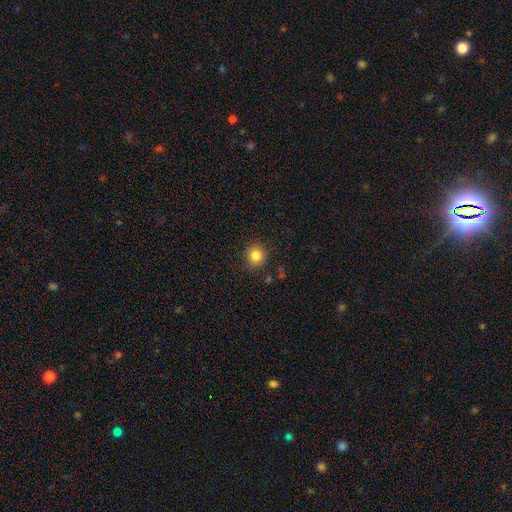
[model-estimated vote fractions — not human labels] Q: Smooth or featured?
A: smooth (84%); runner-up: star or artifact (11%)
Q: How rounded?
A: round (92%); runner-up: in between (7%)
Q: Merging?
A: none (88%); runner-up: minor disturbance (8%)